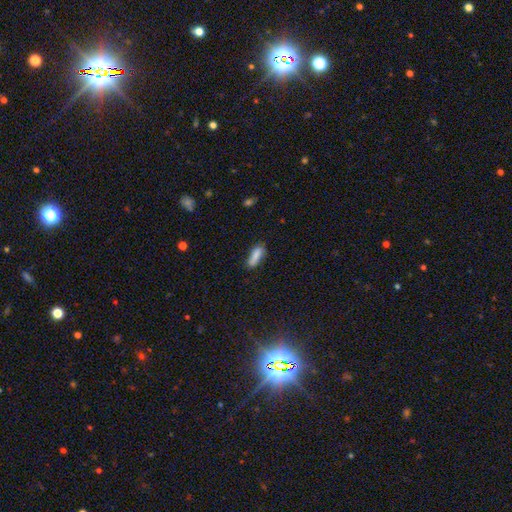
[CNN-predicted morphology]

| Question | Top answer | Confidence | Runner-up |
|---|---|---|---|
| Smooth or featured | smooth | 83% | featured or disk (10%) |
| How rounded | in between | 56% | cigar-shaped (42%) |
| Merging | none | 67% | minor disturbance (22%) |